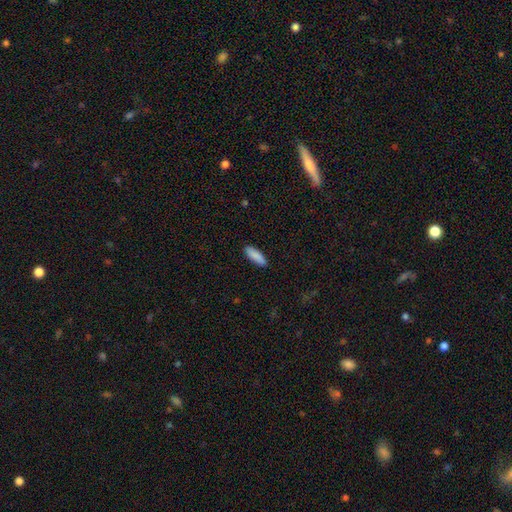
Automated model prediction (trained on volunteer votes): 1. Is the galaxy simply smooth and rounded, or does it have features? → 88% smooth, 6% star or artifact, 6% featured or disk.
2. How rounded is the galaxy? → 51% cigar-shaped, 47% in between, 2% round.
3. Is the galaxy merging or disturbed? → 89% none, 8% minor disturbance, 2% major disturbance, 1% merger.